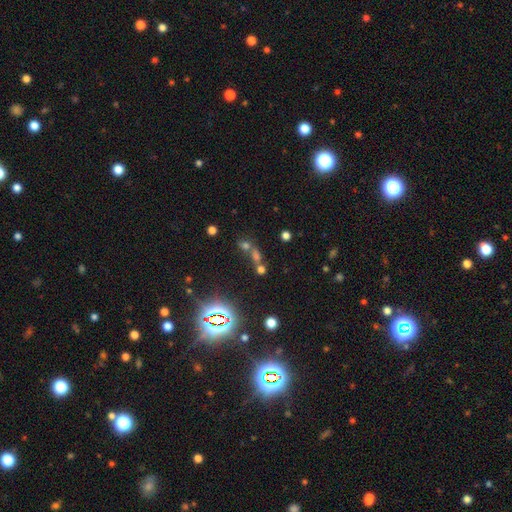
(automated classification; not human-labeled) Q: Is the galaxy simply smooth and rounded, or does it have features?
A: star or artifact — 53%.